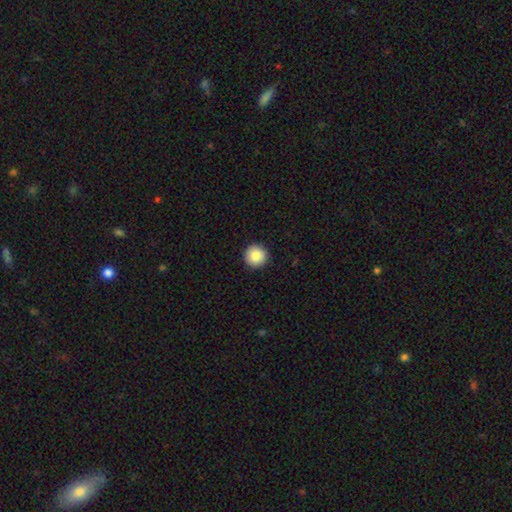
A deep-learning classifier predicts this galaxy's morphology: smooth 88%, star or artifact 8%, featured or disk 4%. Down the decision tree: how rounded — round (96%); merging — none (93%).